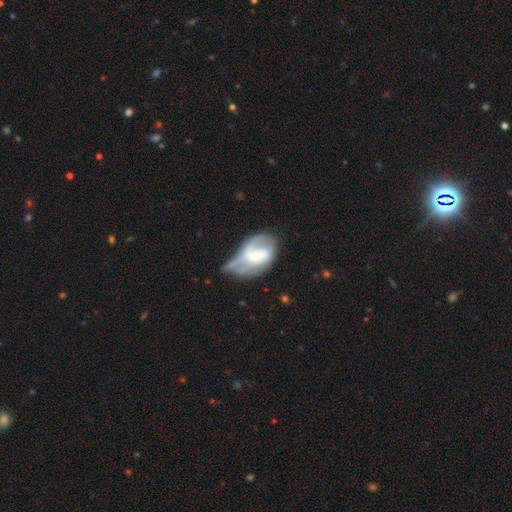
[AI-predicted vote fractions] This appears to be a featured or disk galaxy (65%) with no bar (54%), spiral arms (75%) and a small central bulge (55%). Merging: major disturbance (33%).